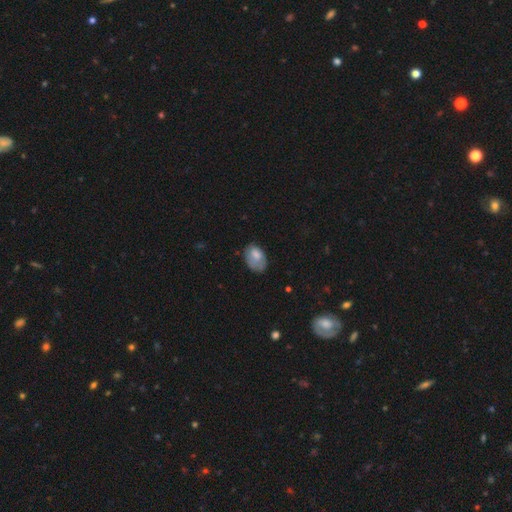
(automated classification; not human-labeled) This appears to be a smooth galaxy with no disk features (73%) that is in between round and cigar-shaped (85%). Merging: none (47%).